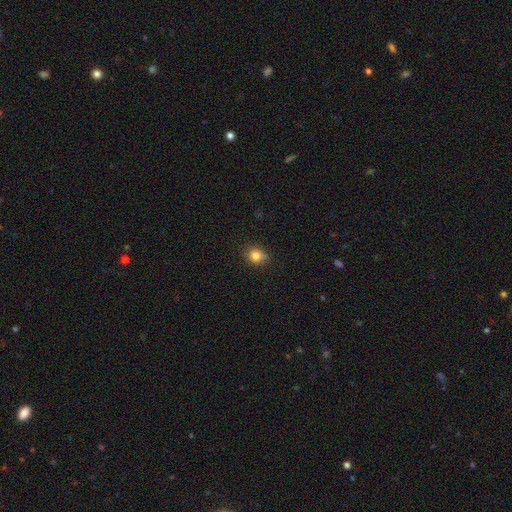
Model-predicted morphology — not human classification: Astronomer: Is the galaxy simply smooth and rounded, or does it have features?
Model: smooth — 83%.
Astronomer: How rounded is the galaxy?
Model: round — 74%.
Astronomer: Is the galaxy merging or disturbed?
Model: none — 78%.